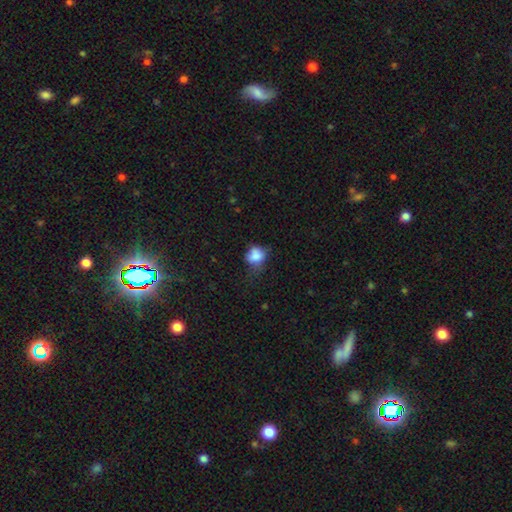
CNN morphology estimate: smooth-or-featured: smooth: 76% | featured or disk: 13% | star or artifact: 11%
  how-rounded: round: 54% | in between: 45% | cigar-shaped: 1%
  merging: none: 38% | minor disturbance: 35% | major disturbance: 21% | merger: 6%